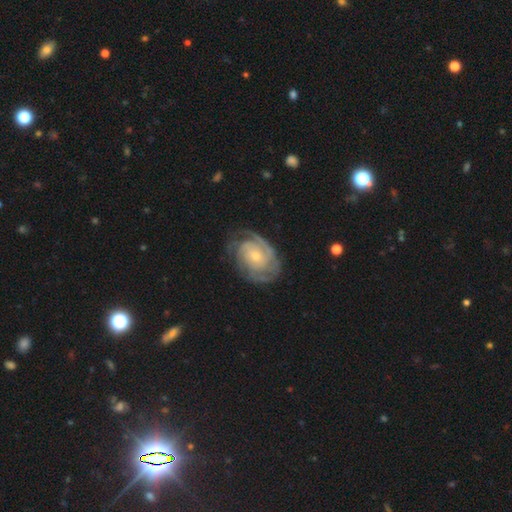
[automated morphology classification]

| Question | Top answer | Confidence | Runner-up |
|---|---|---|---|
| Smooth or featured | featured or disk | 86% | smooth (9%) |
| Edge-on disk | no | 97% | yes (3%) |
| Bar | no | 70% | weak (25%) |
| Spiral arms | yes | 96% | no (4%) |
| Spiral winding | tight | 69% | medium (26%) |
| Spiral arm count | can't tell | 29% | 2 (28%) |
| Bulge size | small | 62% | moderate (32%) |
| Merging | none | 70% | minor disturbance (19%) |